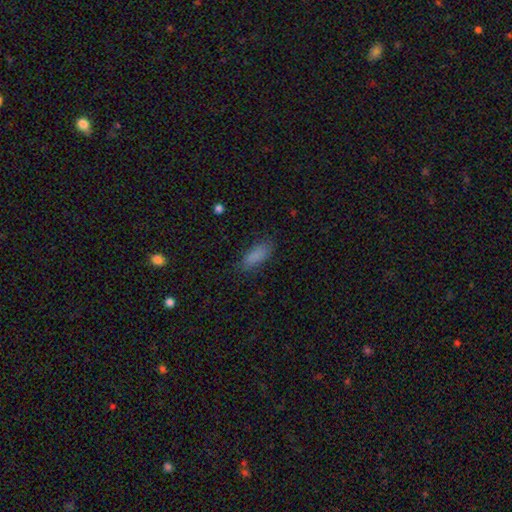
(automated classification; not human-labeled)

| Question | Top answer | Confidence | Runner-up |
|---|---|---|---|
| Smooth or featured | smooth | 86% | star or artifact (8%) |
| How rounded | in between | 75% | cigar-shaped (23%) |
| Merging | none | 82% | minor disturbance (13%) |